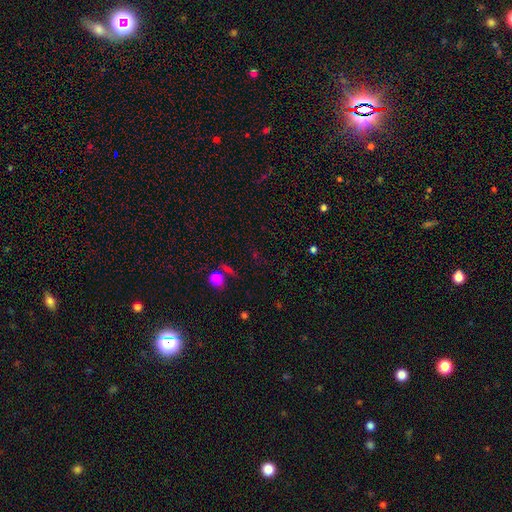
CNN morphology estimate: This is marginally a star or artifact rather than a galaxy (44%).